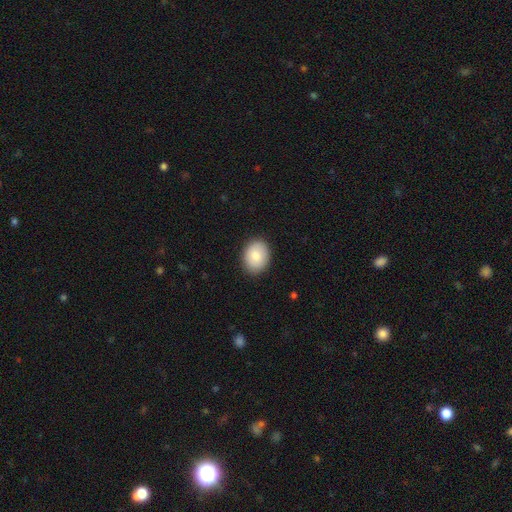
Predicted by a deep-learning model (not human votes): smooth-or-featured: smooth: 81% | featured or disk: 12% | star or artifact: 7%
  how-rounded: in between: 58% | round: 41% | cigar-shaped: 1%
  merging: none: 88% | minor disturbance: 9% | major disturbance: 2% | merger: 1%